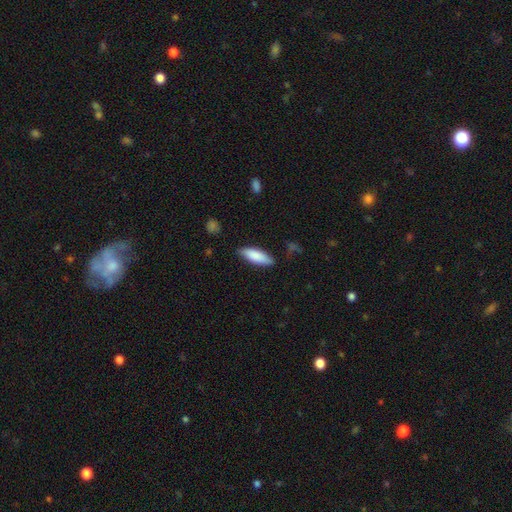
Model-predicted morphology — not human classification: A smooth galaxy with no disk features (84%) that is in between round and cigar-shaped (59%). Merging: none (79%).